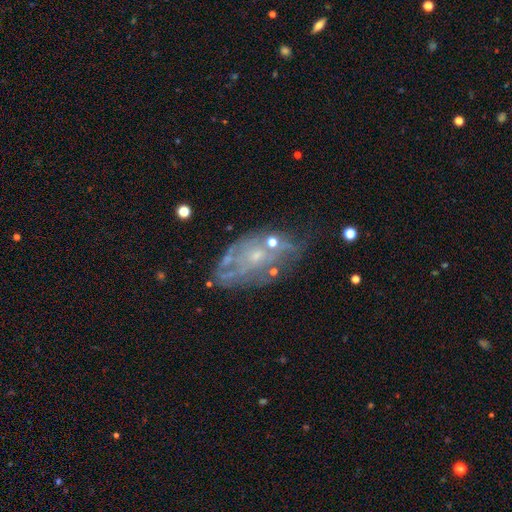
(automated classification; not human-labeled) Smooth or featured? featured or disk (69%)
Edge-on disk? no (94%)
Bar? no (81%)
Spiral arms? yes (53%)
Bulge size? small (65%)
Merging? none (54%)